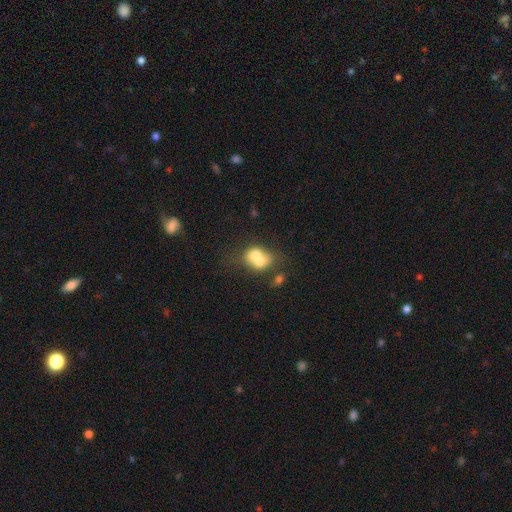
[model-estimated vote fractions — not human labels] smooth-or-featured: smooth: 64% | featured or disk: 26% | star or artifact: 10%
  how-rounded: round: 56% | in between: 43% | cigar-shaped: 1%
  merging: merger: 68% | none: 21% | minor disturbance: 7% | major disturbance: 4%